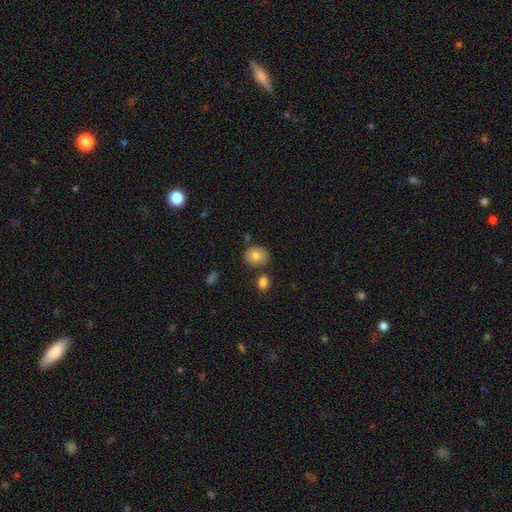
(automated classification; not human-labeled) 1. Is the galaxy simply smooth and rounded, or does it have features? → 77% smooth, 14% featured or disk, 9% star or artifact.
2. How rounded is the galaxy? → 66% round, 33% in between, 1% cigar-shaped.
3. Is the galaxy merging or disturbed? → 76% none, 12% minor disturbance, 9% merger, 3% major disturbance.